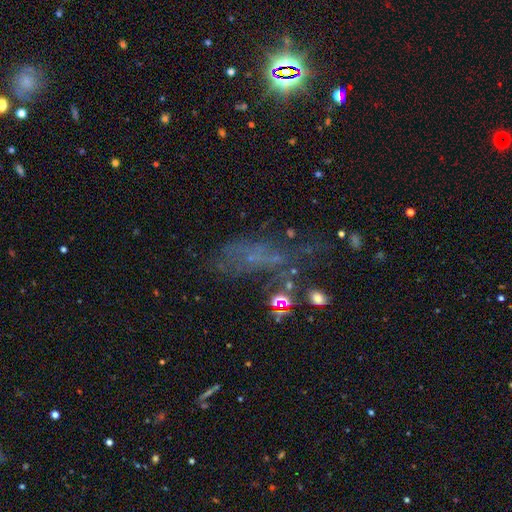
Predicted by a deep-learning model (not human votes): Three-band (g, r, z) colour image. It shows a star or artifact, not a galaxy (37%).